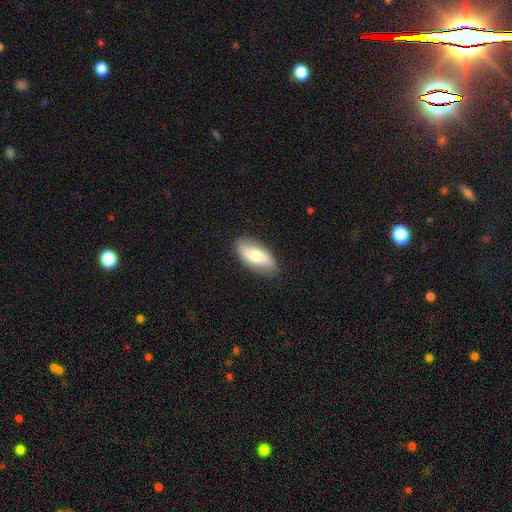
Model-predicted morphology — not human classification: smooth 57%, featured or disk 37%, star or artifact 6%. Down the decision tree: how rounded — in between (83%); merging — none (85%).